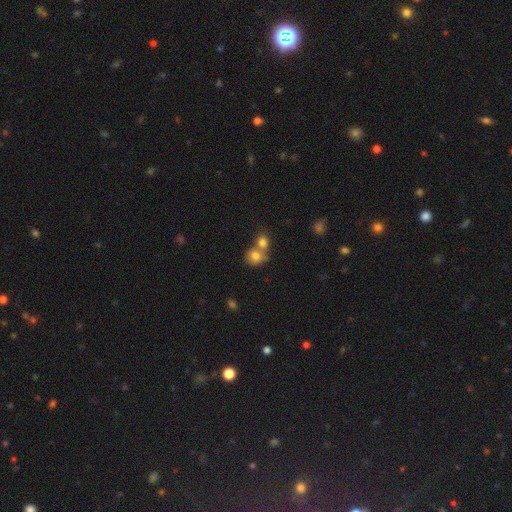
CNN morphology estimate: This is likely a smooth galaxy (79%). How rounded: likely round (72%). Merging: possibly merger (54%).